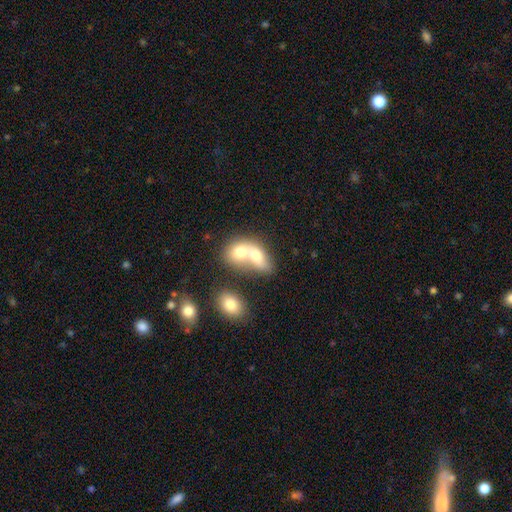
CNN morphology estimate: Smooth or featured? smooth (70%)
How rounded? in between (64%)
Merging? merger (76%)